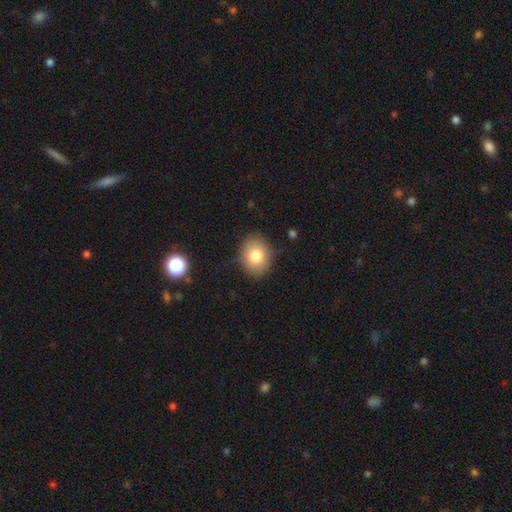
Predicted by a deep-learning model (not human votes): smooth 78%, featured or disk 12%, star or artifact 10%. Down the decision tree: how rounded — round (51%); merging — none (83%).